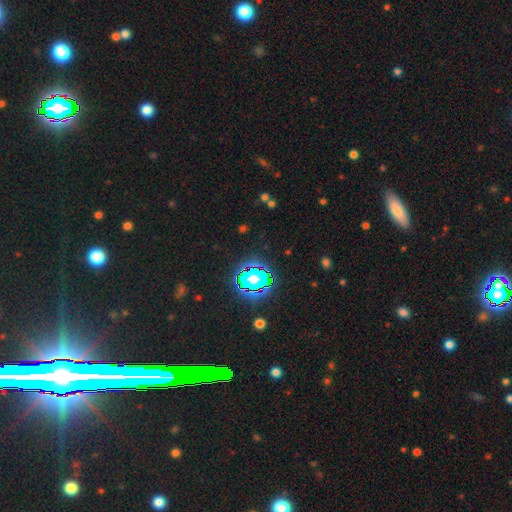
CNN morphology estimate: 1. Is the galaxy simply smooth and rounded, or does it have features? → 77% star or artifact, 12% smooth, 11% featured or disk.